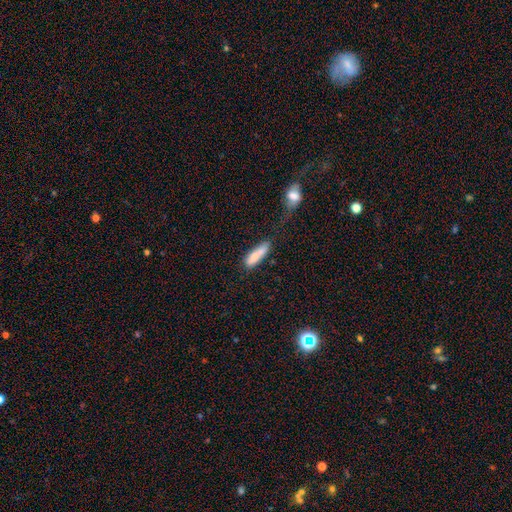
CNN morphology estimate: The model was most divided on "merging": none: 55%, minor disturbance: 24%, merger: 12%, major disturbance: 8%. More confident: smooth or featured — smooth (80%); how rounded — cigar-shaped (69%).